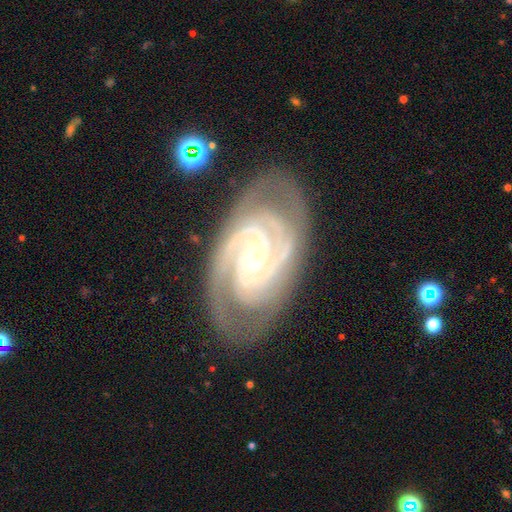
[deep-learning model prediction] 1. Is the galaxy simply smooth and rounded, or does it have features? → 93% featured or disk, 4% star or artifact, 3% smooth.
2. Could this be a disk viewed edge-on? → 97% no, 3% yes.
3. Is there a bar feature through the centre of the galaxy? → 44% no, 34% weak, 22% strong.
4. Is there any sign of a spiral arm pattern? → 99% yes, 1% no.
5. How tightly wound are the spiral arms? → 72% tight, 26% medium, 3% loose.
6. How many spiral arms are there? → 38% 3, 37% 2, 9% 4, 7% can't tell, 4% more than 4, 4% 1.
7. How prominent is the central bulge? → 49% moderate, 47% small, 3% large, 1% none, 1% dominant.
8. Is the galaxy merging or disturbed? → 79% none, 15% minor disturbance, 5% major disturbance, 1% merger.